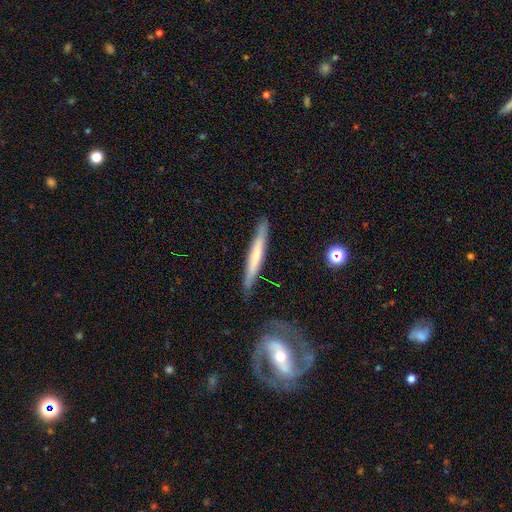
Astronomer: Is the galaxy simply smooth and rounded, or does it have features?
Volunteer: smooth — 65%.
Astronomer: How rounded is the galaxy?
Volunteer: cigar-shaped — 100%.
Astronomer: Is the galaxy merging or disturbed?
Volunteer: none — 97%.